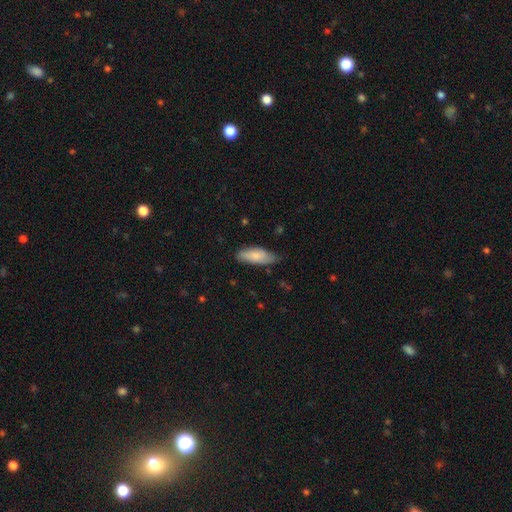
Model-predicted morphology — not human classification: Q: Smooth or featured?
A: smooth (79%); runner-up: featured or disk (15%)
Q: How rounded?
A: in between (72%); runner-up: cigar-shaped (26%)
Q: Merging?
A: none (63%); runner-up: minor disturbance (31%)